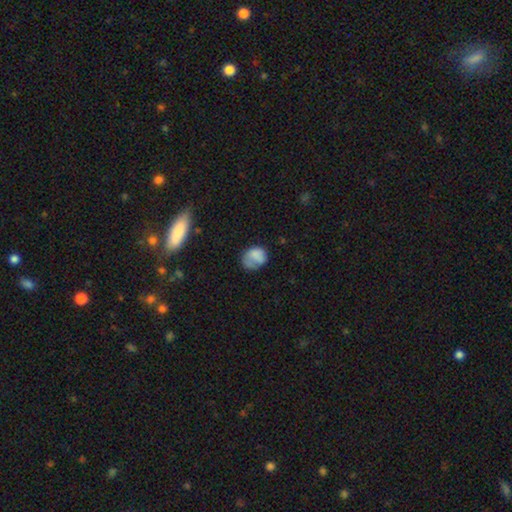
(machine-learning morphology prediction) smooth-or-featured: smooth: 73% | featured or disk: 18% | star or artifact: 9%
  how-rounded: round: 57% | in between: 42% | cigar-shaped: 1%
  merging: none: 43% | minor disturbance: 30% | major disturbance: 24% | merger: 3%